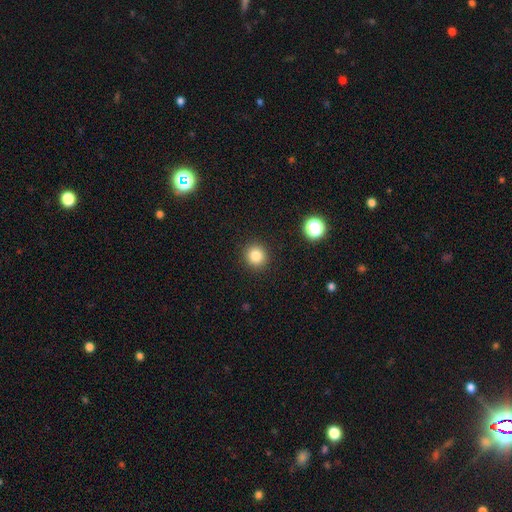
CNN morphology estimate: This is clearly a smooth galaxy (83%). How rounded: clearly round (91%). Merging: clearly none (91%).